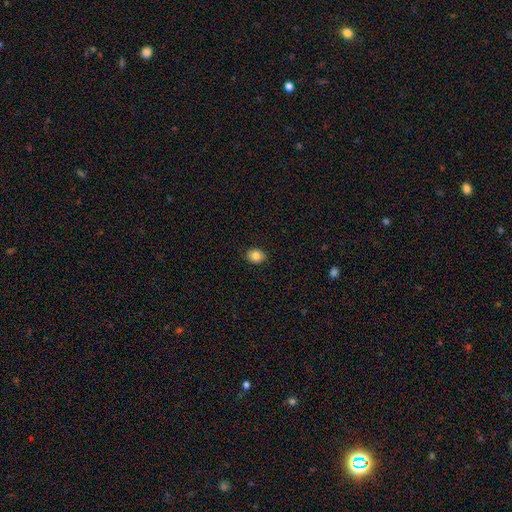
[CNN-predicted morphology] This is clearly a smooth galaxy (84%). How rounded: possibly in between (50%). Merging: clearly none (90%).